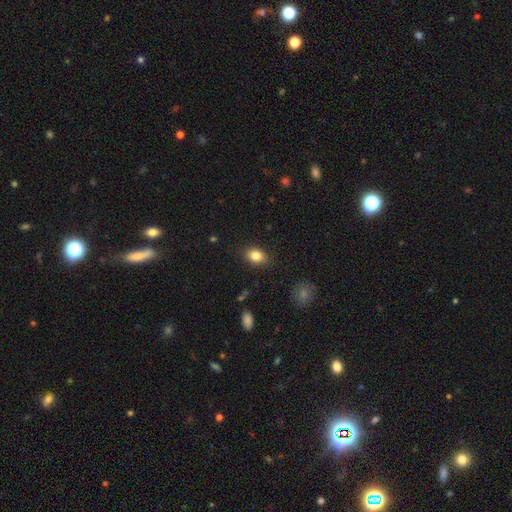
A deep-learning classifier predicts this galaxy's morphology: Smooth or featured?
  - smooth: 82% *
  - star or artifact: 9%
  - featured or disk: 9%
How rounded?
  - in between: 74% *
  - round: 25%
  - cigar-shaped: 1%
Merging?
  - none: 86% *
  - minor disturbance: 10%
  - major disturbance: 2%
  - merger: 1%